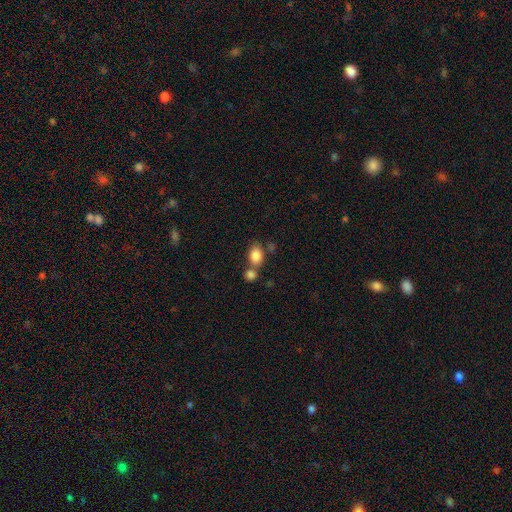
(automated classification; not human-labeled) smooth 85%, star or artifact 9%, featured or disk 7%. Down the decision tree: how rounded — in between (68%); merging — none (49%).